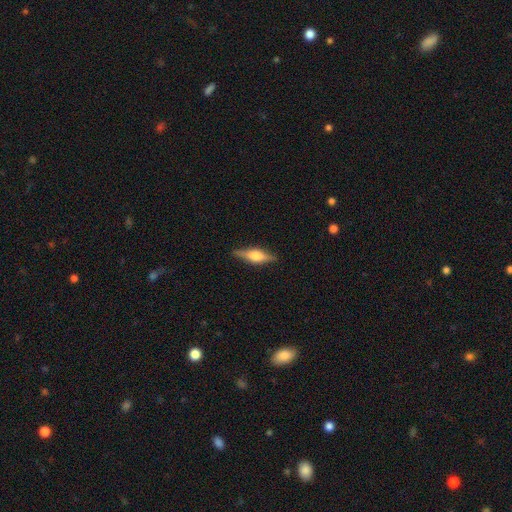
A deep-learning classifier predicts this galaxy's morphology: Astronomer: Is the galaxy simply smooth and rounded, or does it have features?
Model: featured or disk — 66%.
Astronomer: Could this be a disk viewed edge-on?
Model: yes — 96%.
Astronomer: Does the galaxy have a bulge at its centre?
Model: rounded — 89%.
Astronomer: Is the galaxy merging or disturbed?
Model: none — 88%.